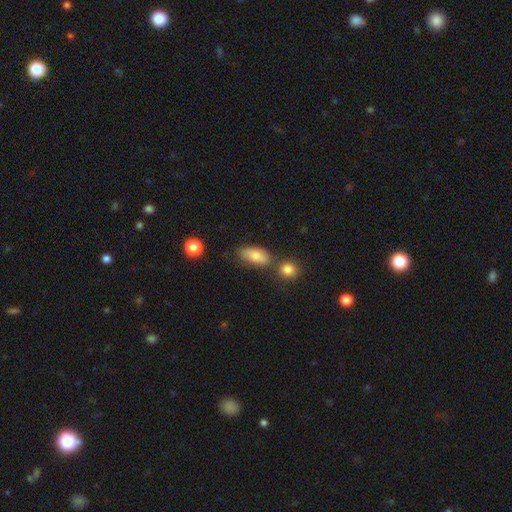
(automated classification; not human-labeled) This is likely a smooth galaxy (75%). How rounded: clearly in between (83%). Merging: likely none (63%).